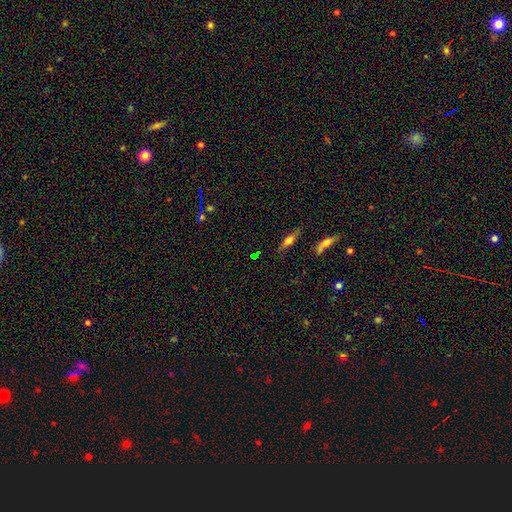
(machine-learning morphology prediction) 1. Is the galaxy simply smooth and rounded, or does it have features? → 40% star or artifact, 37% smooth, 23% featured or disk.